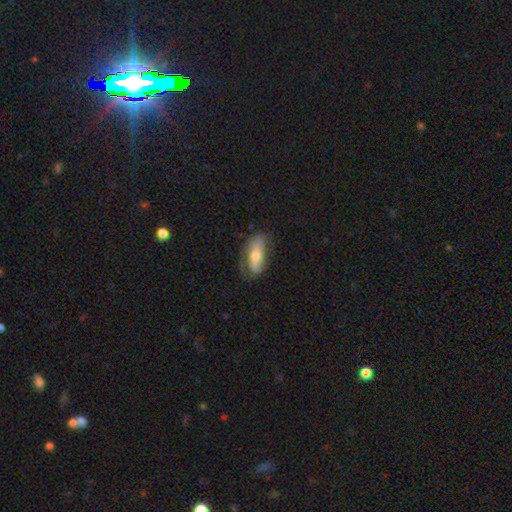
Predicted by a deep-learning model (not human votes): A smooth galaxy with no disk features (47%). Merging: none (61%).